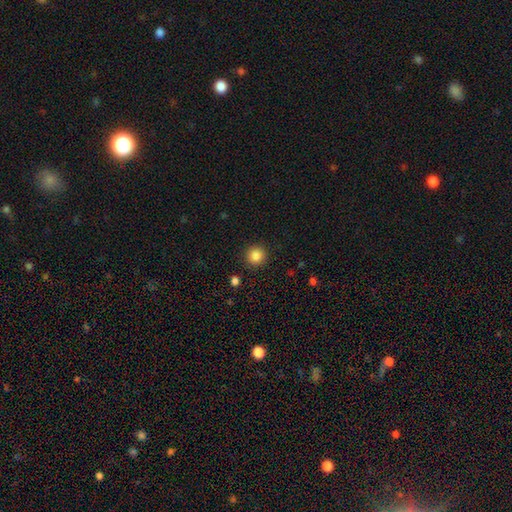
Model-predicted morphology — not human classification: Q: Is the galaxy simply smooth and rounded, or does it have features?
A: smooth — 87%.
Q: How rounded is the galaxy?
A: round — 93%.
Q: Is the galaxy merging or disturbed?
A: none — 91%.